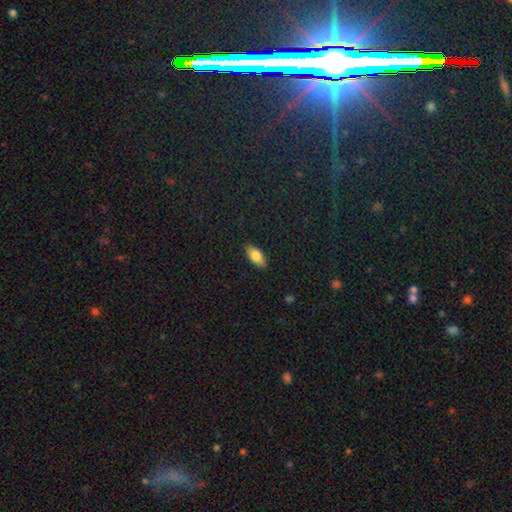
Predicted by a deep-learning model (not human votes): The model was most divided on "smooth or featured": smooth: 81%, featured or disk: 12%, star or artifact: 7%. More confident: how rounded — in between (89%); merging — none (87%).